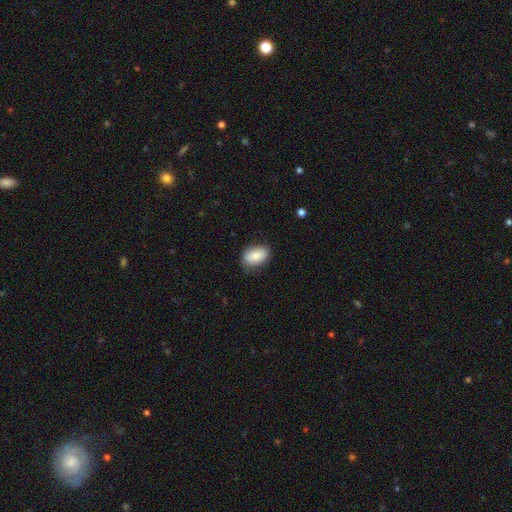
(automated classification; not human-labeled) The model was most divided on "merging": none: 77%, minor disturbance: 18%, major disturbance: 4%, merger: 1%. More confident: how rounded — in between (85%); smooth or featured — smooth (81%).